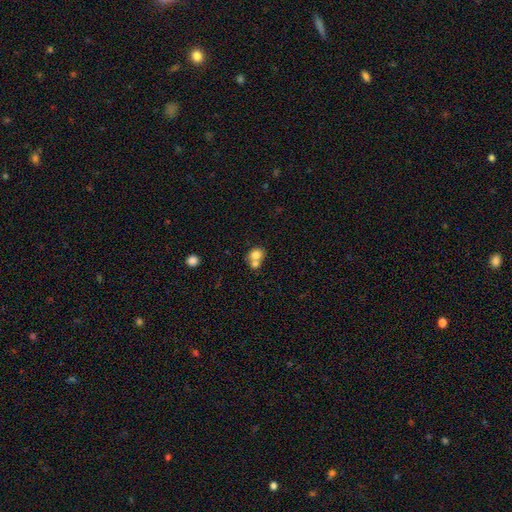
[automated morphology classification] smooth_or_featured: smooth (p=0.75) [alt: featured or disk p=0.15]
how_rounded: round (p=0.67) [alt: in between p=0.32]
merging: merger (p=0.57) [alt: none p=0.32]